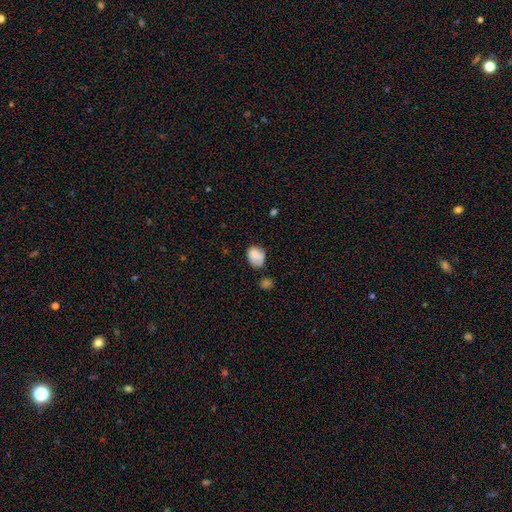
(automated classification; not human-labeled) Overall: smooth (80%). How rounded: in between (63%; round 35%). Merging: none (54%; minor disturbance 28%).